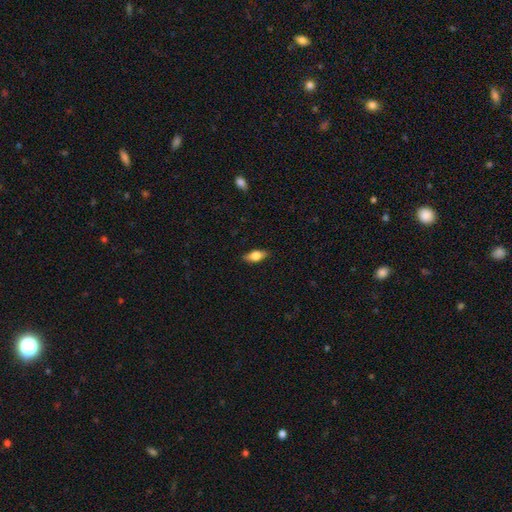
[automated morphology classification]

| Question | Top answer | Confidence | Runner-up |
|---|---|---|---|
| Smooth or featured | smooth | 65% | featured or disk (28%) |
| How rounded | in between | 79% | cigar-shaped (17%) |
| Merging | none | 87% | minor disturbance (10%) |